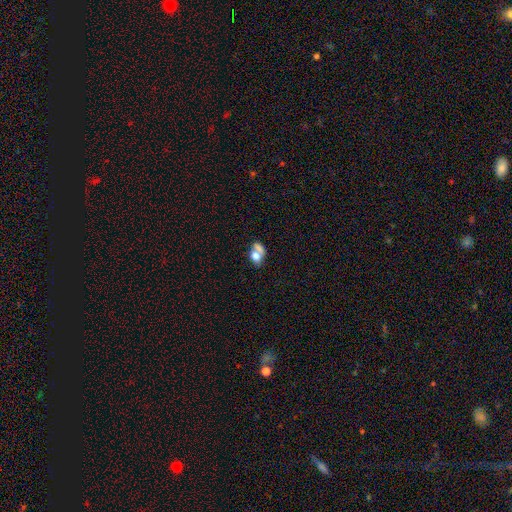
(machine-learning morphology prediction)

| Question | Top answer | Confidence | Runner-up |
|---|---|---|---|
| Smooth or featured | smooth | 66% | featured or disk (23%) |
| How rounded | in between | 64% | round (34%) |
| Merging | merger | 52% | none (25%) |